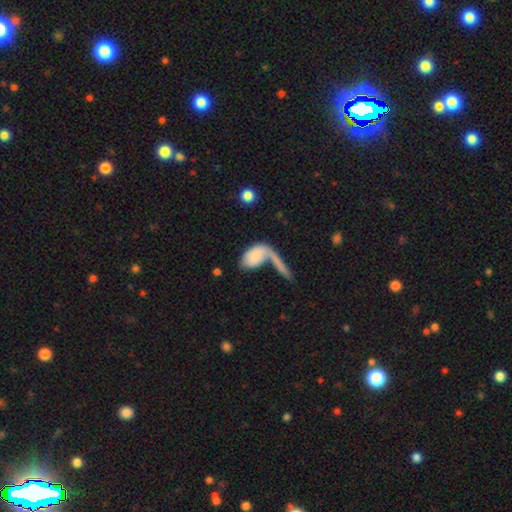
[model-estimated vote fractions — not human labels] This appears to be a smooth galaxy with no disk features (70%) that is in between round and cigar-shaped (87%). Merging: merger (41%).